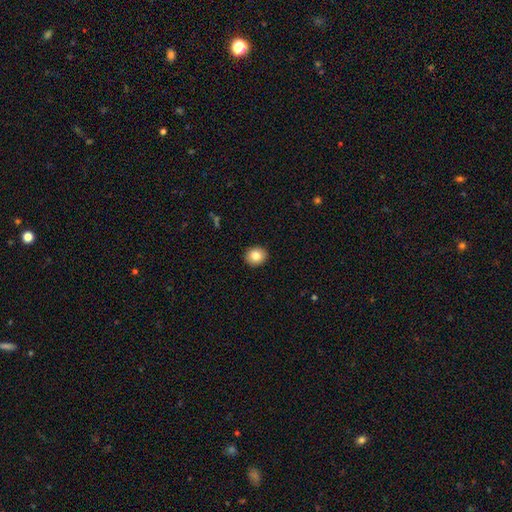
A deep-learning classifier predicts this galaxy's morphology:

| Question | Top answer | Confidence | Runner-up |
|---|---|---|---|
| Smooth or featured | smooth | 82% | featured or disk (9%) |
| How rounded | round | 77% | in between (23%) |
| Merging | none | 92% | minor disturbance (6%) |